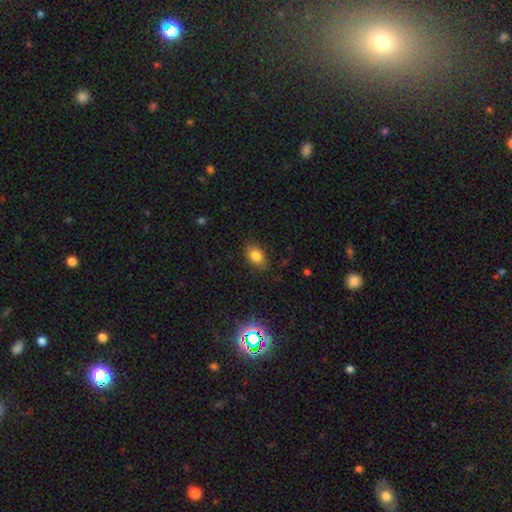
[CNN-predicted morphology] Smooth or featured: smooth — 81% (star or artifact — 11%)
How rounded: in between — 82% (round — 17%)
Merging: none — 83% (minor disturbance — 13%)